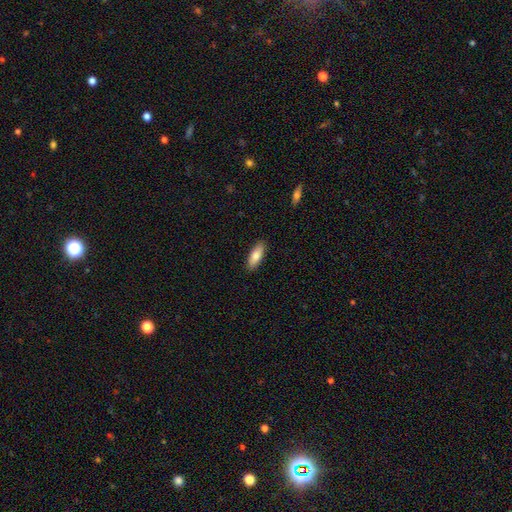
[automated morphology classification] Overall: smooth (80%). How rounded: in between (71%). Merging: none (89%).